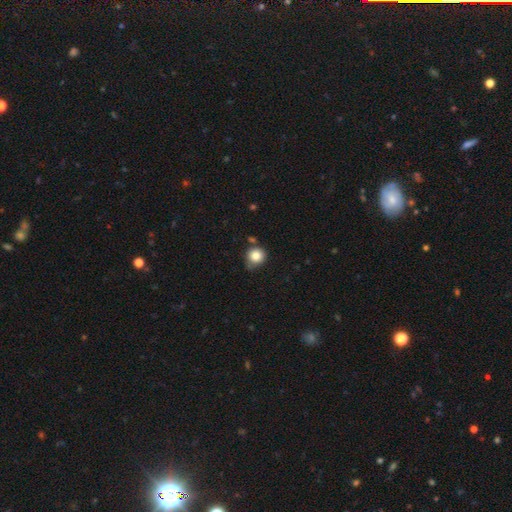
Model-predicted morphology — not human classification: Smooth or featured?
  - smooth: 83% *
  - star or artifact: 10%
  - featured or disk: 7%
How rounded?
  - round: 88% *
  - in between: 11%
  - cigar-shaped: 1%
Merging?
  - none: 68% *
  - minor disturbance: 20%
  - merger: 8%
  - major disturbance: 4%